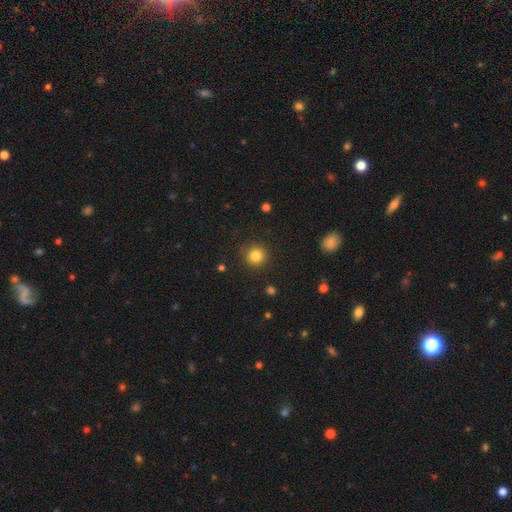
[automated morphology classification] A smooth galaxy with no disk features (83%) that is round (94%). Merging: none (88%).